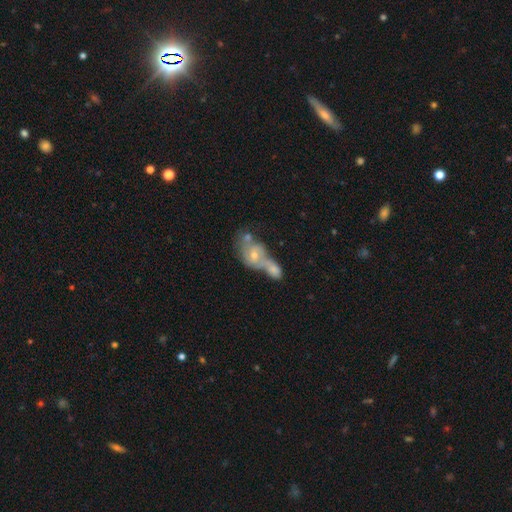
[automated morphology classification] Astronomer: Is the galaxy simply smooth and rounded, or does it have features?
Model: featured or disk — 54% (runner-up: smooth, 35%).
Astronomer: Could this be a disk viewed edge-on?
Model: no — 94%.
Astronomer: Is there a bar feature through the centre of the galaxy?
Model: no — 64%.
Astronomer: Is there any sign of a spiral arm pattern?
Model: yes — 56% (runner-up: no, 44%).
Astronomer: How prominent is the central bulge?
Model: small — 46% (runner-up: moderate, 44%).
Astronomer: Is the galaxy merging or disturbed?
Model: merger — 71%.